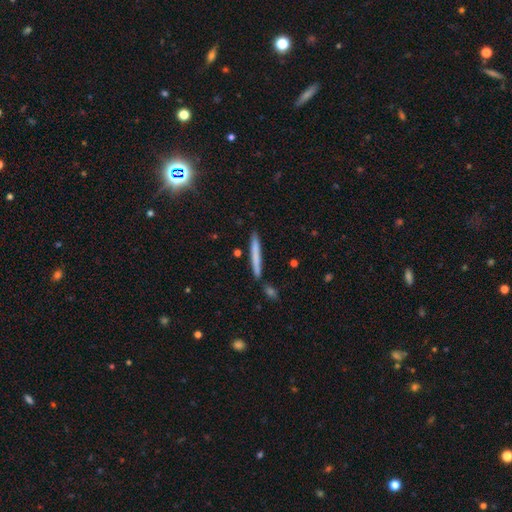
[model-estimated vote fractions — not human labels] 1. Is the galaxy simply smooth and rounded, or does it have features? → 68% smooth, 25% featured or disk, 6% star or artifact.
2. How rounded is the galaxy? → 96% cigar-shaped, 2% in between, 1% round.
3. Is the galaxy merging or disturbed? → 84% none, 9% minor disturbance, 5% merger, 2% major disturbance.